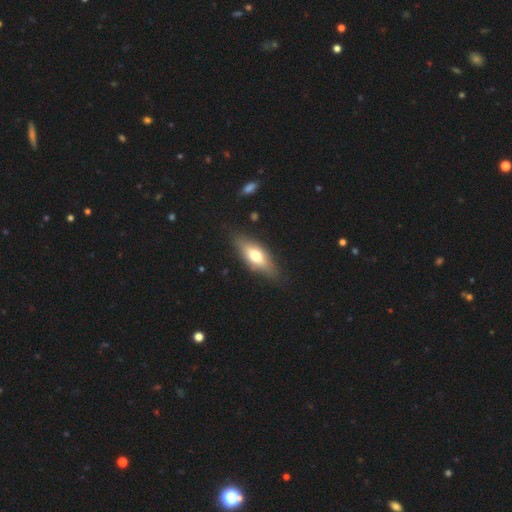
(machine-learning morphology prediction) type=smooth (55%); roundness=in between (65%); merging=none (82%).